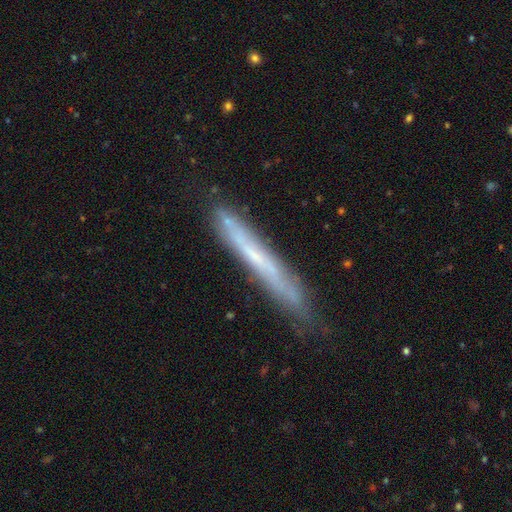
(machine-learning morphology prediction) The model was most divided on "smooth or featured": featured or disk: 56%, smooth: 36%, star or artifact: 7%. More confident: edge-on disk — yes (84%); merging — none (76%).